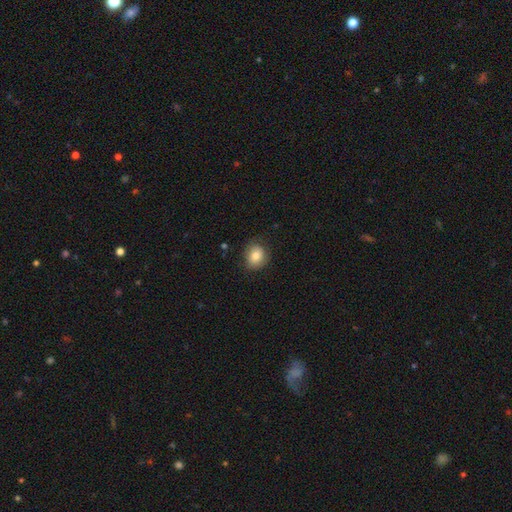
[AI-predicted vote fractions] This is clearly a smooth galaxy (82%). How rounded: likely round (66%). Merging: likely none (77%).